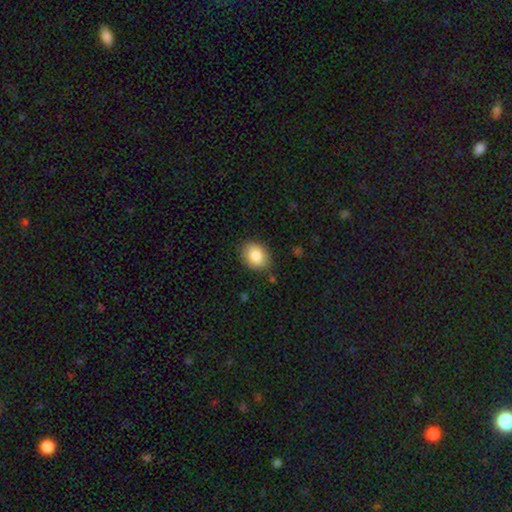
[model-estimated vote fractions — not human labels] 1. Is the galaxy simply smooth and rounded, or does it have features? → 86% smooth, 7% star or artifact, 6% featured or disk.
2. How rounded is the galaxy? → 60% in between, 39% round, 1% cigar-shaped.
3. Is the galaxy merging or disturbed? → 84% none, 12% minor disturbance, 3% major disturbance, 1% merger.